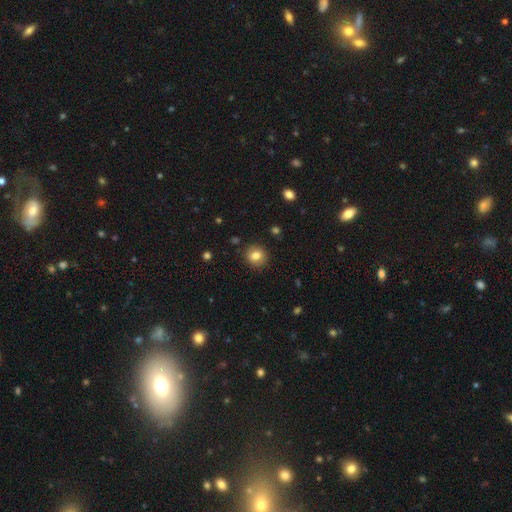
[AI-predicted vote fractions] Smooth or featured?
  - smooth: 82% *
  - star or artifact: 10%
  - featured or disk: 8%
How rounded?
  - round: 84% *
  - in between: 15%
  - cigar-shaped: 1%
Merging?
  - none: 89% *
  - minor disturbance: 7%
  - major disturbance: 2%
  - merger: 1%